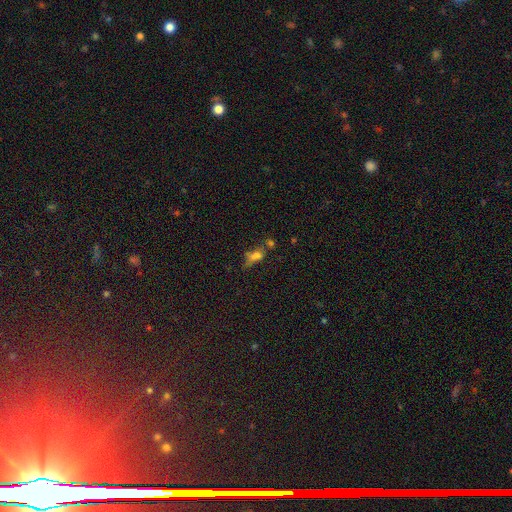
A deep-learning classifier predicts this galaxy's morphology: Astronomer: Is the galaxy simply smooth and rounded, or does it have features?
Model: smooth — 58%.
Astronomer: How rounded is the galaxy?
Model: in between — 70%.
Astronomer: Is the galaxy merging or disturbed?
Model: none — 31% (runner-up: merger, 27%).